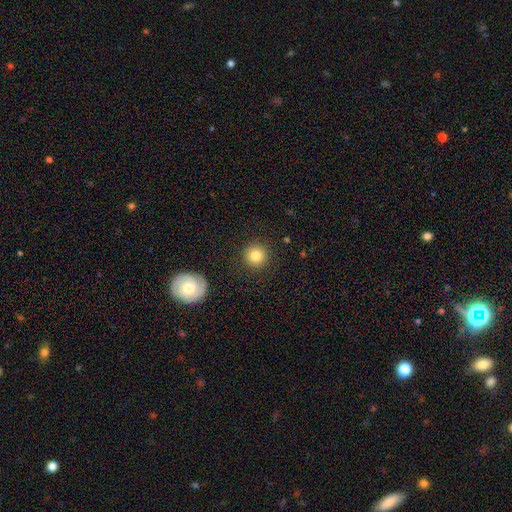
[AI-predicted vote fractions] Smooth or featured: smooth — 82% (star or artifact — 10%)
How rounded: round — 95% (in between — 4%)
Merging: none — 90% (minor disturbance — 6%)